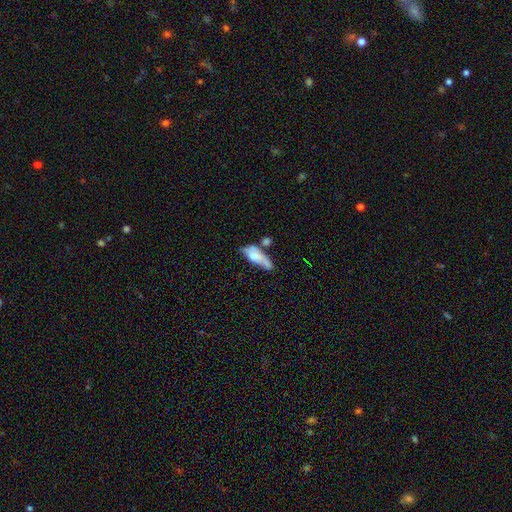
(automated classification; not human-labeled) smooth 63%, featured or disk 28%, star or artifact 8%. Down the decision tree: how rounded — in between (67%); merging — merger (31%).